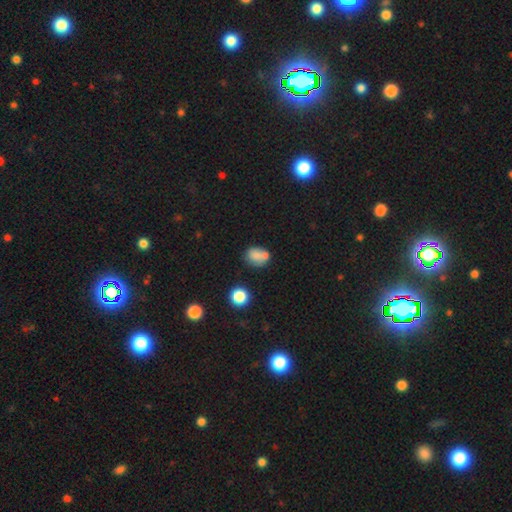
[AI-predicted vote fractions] Smooth or featured? Predicted: smooth (p=0.72). How rounded? Predicted: round (p=0.51). Merging? Predicted: none (p=0.40).